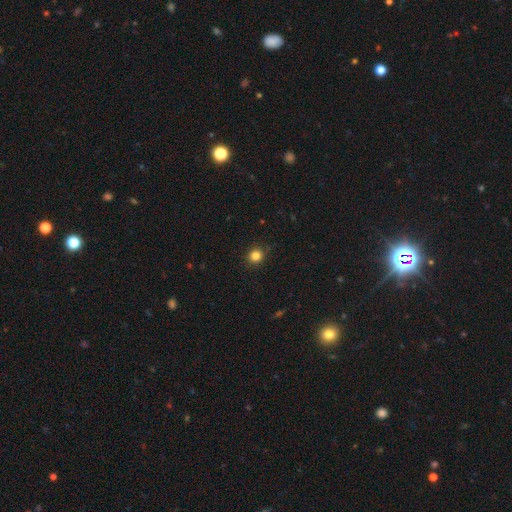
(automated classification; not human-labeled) A smooth galaxy with no disk features (83%) that is round (89%). Merging: none (90%).